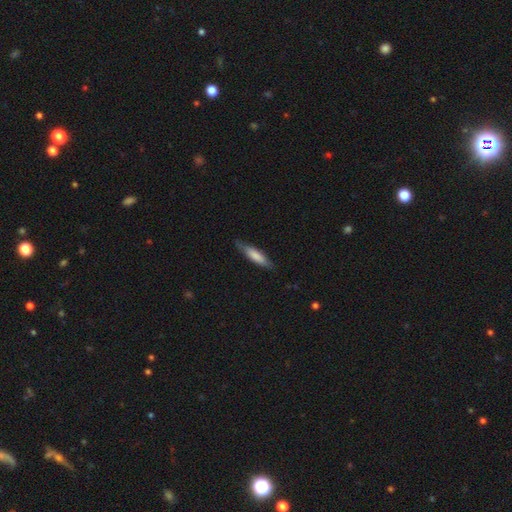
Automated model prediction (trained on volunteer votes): Morphology: type=smooth (73%); roundness=cigar-shaped (73%); merging=none (78%).